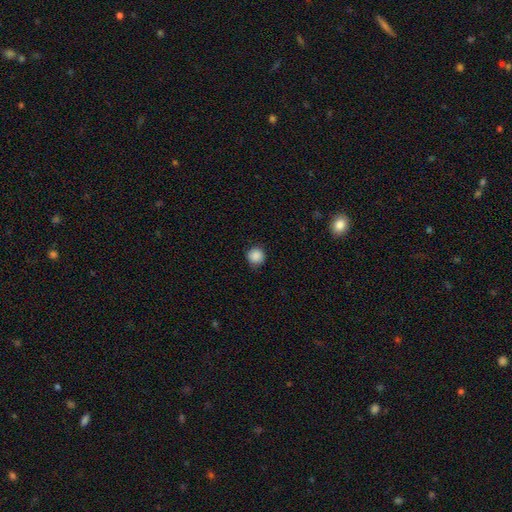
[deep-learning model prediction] Q: Smooth or featured?
A: smooth (88%); runner-up: star or artifact (9%)
Q: How rounded?
A: round (94%); runner-up: in between (5%)
Q: Merging?
A: none (88%); runner-up: minor disturbance (9%)